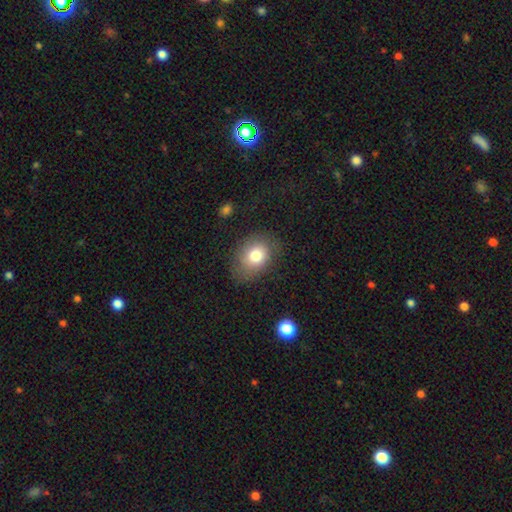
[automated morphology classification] Smooth or featured: smooth — 77% (featured or disk — 14%)
How rounded: in between — 63% (round — 36%)
Merging: none — 74% (minor disturbance — 17%)